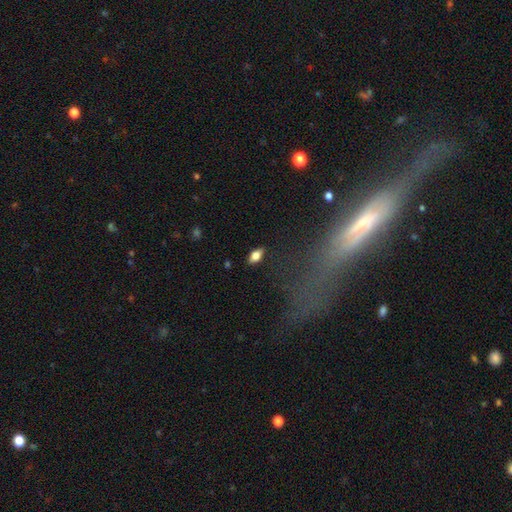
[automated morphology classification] This is likely a smooth galaxy (73%). How rounded: clearly in between (88%). Merging: clearly none (86%).